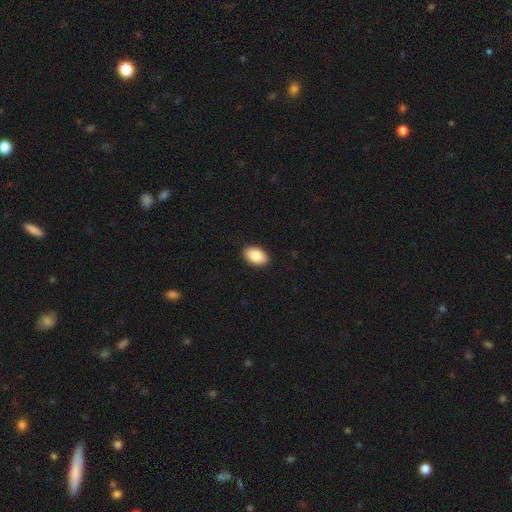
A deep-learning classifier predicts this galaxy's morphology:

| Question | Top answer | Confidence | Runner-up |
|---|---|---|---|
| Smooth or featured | smooth | 89% | star or artifact (6%) |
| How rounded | in between | 92% | round (7%) |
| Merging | none | 90% | minor disturbance (7%) |